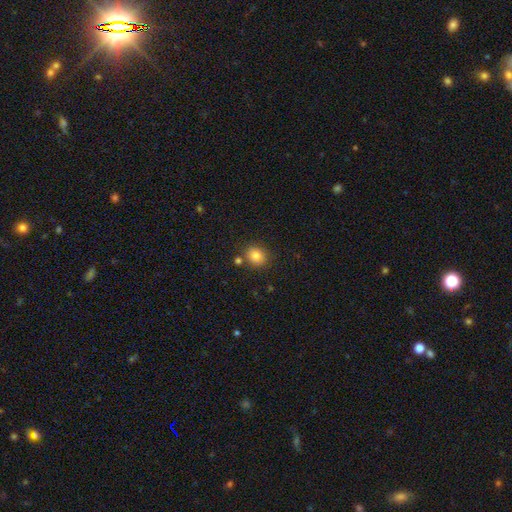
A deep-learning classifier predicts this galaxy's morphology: smooth 84%, star or artifact 10%, featured or disk 6%. Down the decision tree: how rounded — round (71%); merging — none (80%).